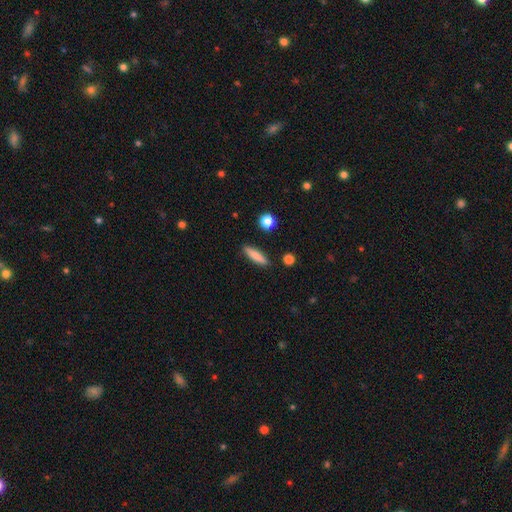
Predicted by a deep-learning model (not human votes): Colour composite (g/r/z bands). It shows a smooth galaxy with no disk features (79%) that is cigar-shaped (78%). Merging: none (89%).